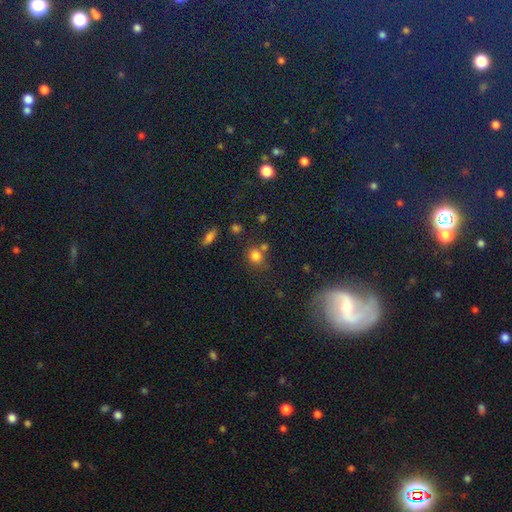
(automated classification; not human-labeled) smooth_or_featured: smooth (p=0.77) [alt: star or artifact p=0.15]
how_rounded: round (p=0.72) [alt: in between p=0.27]
merging: none (p=0.60) [alt: merger p=0.22]